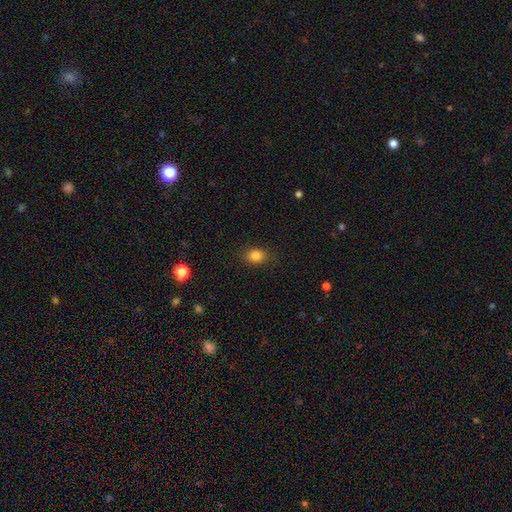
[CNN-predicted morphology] Smooth or featured? Predicted: smooth (p=0.84). How rounded? Predicted: in between (p=0.54). Merging? Predicted: none (p=0.86).